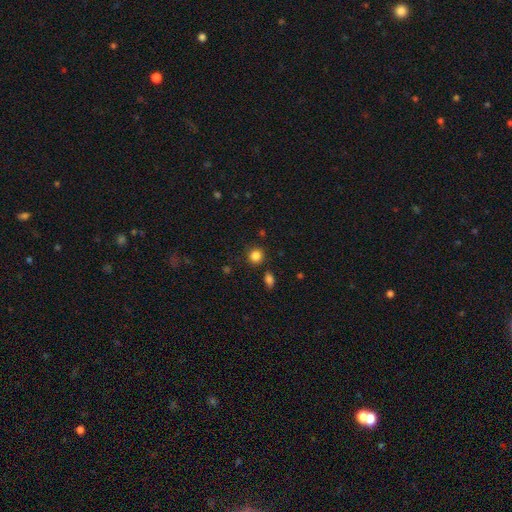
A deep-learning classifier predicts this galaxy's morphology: Q: Smooth or featured?
A: smooth (85%); runner-up: star or artifact (11%)
Q: How rounded?
A: round (88%); runner-up: in between (11%)
Q: Merging?
A: none (85%); runner-up: minor disturbance (8%)